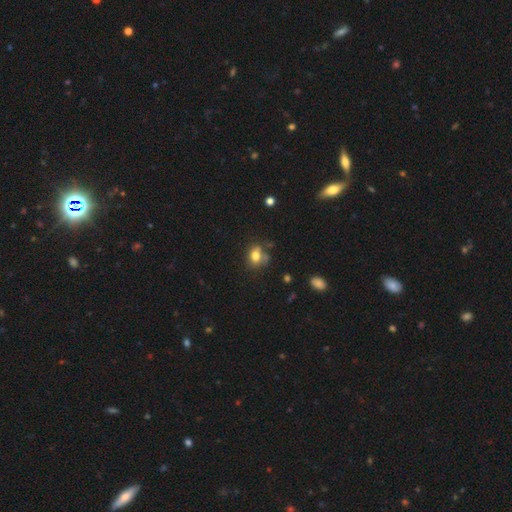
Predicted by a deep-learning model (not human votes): A smooth galaxy with no disk features (77%) that is in between round and cigar-shaped (54%). Merging: none (53%).